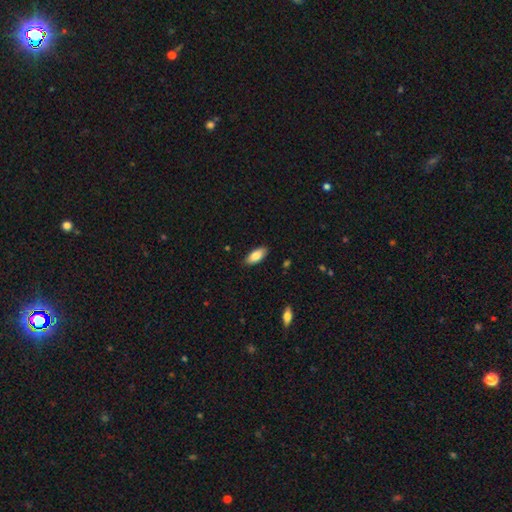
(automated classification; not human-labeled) A smooth galaxy with no disk features (83%) that is in between round and cigar-shaped (86%).

Vote fractions:
- Smooth or featured? smooth: 83% / featured or disk: 11% / star or artifact: 6%
- How rounded? in between: 86% / cigar-shaped: 12% / round: 2%
- Merging? none: 87% / minor disturbance: 10% / major disturbance: 2% / merger: 1%